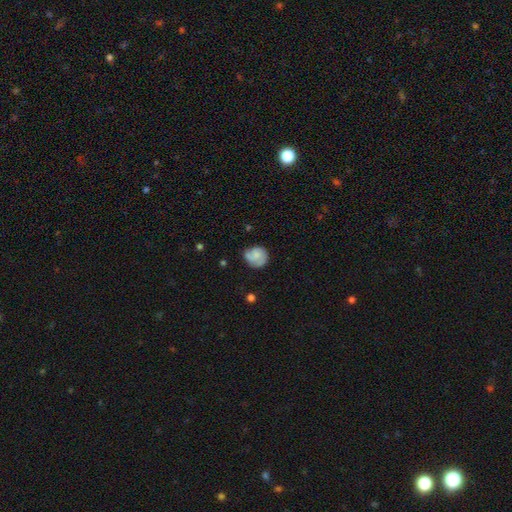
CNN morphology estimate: Overall: smooth (56%; featured or disk 36%). How rounded: round (76%). Merging: none (63%; minor disturbance 26%).